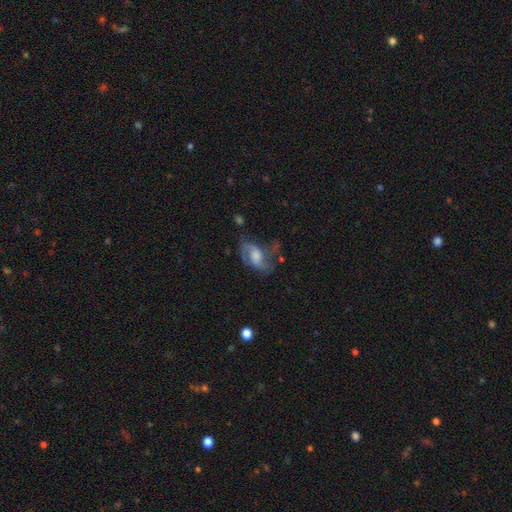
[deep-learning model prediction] smooth_or_featured: featured or disk (p=0.71) [alt: smooth p=0.21]
disk_edge_on: no (p=0.96) [alt: yes p=0.04]
bar: no (p=0.48) [alt: weak p=0.40]
has_spiral_arms: yes (p=0.88) [alt: no p=0.12]
spiral_winding: loose (p=0.44) [alt: medium p=0.43]
spiral_arm_count: 2 (p=0.75) [alt: can't tell p=0.09]
bulge_size: moderate (p=0.35) [alt: large p=0.28]
merging: none (p=0.41) [alt: major disturbance p=0.32]